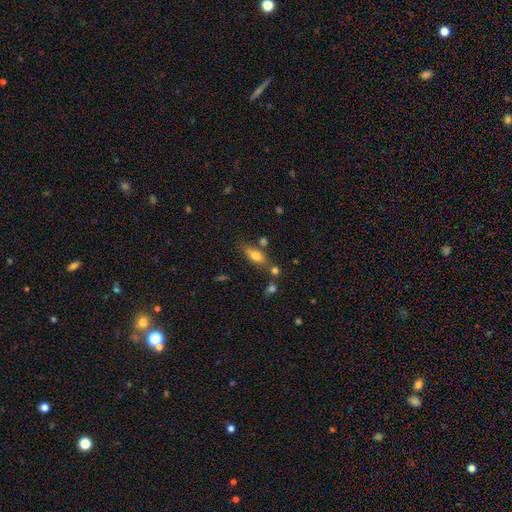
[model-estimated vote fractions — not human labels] smooth_or_featured: smooth (p=0.64) [alt: featured or disk p=0.27]
how_rounded: in between (p=0.65) [alt: cigar-shaped p=0.30]
merging: none (p=0.61) [alt: minor disturbance p=0.17]